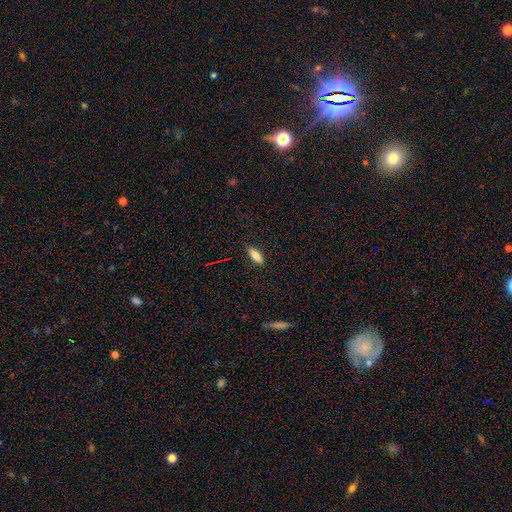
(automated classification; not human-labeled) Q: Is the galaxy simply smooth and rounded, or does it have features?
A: smooth — 81%.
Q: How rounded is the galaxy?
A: in between — 58%.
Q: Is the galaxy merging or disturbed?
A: none — 88%.